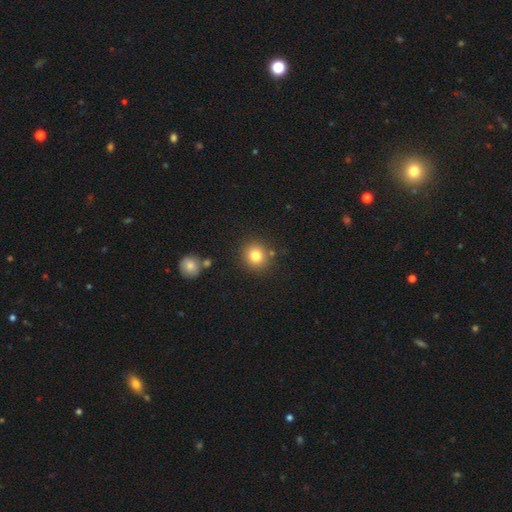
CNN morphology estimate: A smooth galaxy with no disk features (81%) that is round (88%).

Vote fractions:
- Smooth or featured? smooth: 81% / star or artifact: 11% / featured or disk: 7%
- How rounded? round: 88% / in between: 11% / cigar-shaped: 1%
- Merging? none: 83% / minor disturbance: 8% / merger: 6% / major disturbance: 3%